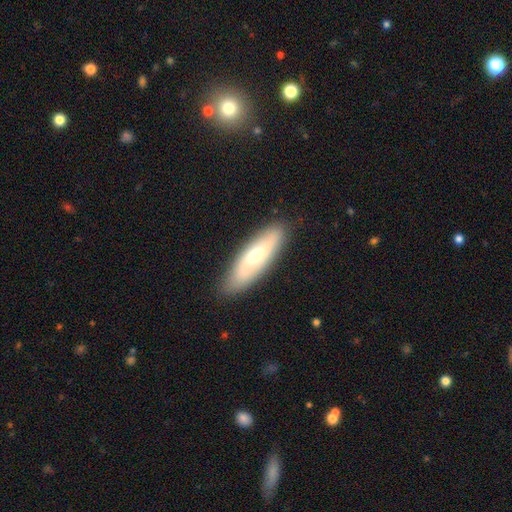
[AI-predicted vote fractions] This appears to be a smooth galaxy with no disk features (48%). Merging: none (85%).